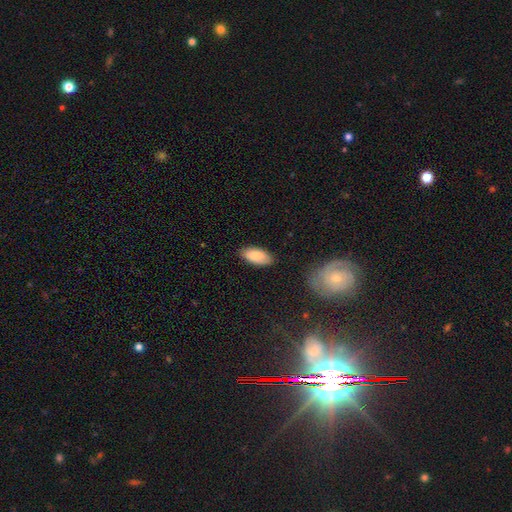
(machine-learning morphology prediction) type=smooth (86%); roundness=in between (90%); merging=none (84%).